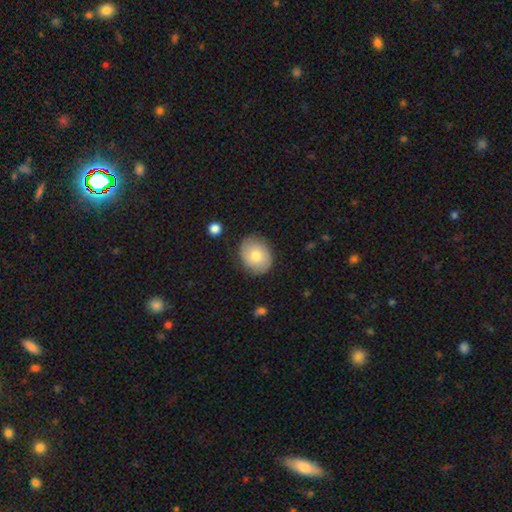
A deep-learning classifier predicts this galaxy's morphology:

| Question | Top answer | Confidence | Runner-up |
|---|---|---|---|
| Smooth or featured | smooth | 68% | featured or disk (25%) |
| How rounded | round | 53% | in between (46%) |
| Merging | none | 82% | minor disturbance (14%) |